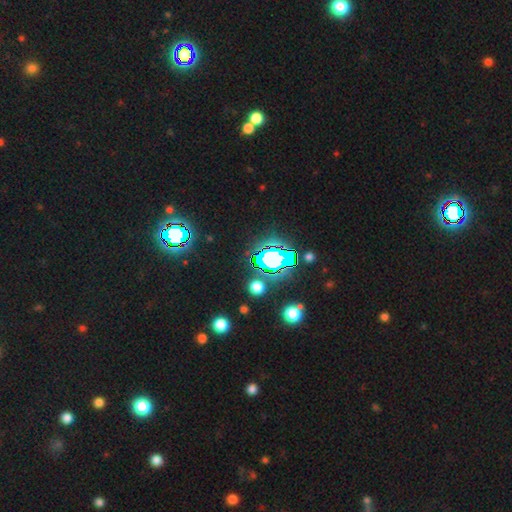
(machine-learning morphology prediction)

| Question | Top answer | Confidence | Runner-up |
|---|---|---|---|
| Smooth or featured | star or artifact | 82% | smooth (10%) |